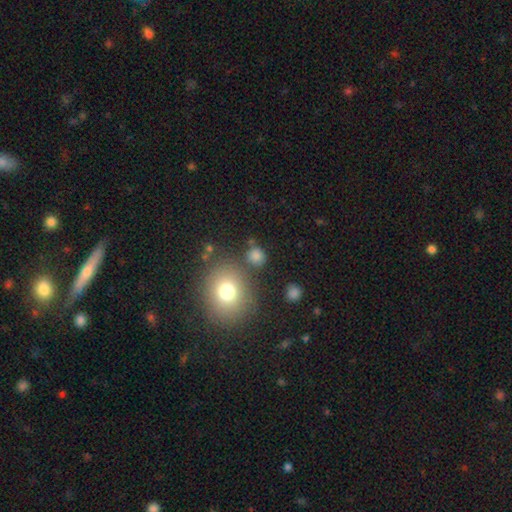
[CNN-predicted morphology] The model was most divided on "how rounded": round: 81%, in between: 18%, cigar-shaped: 1%. More confident: smooth or featured — smooth (79%); merging — none (76%).